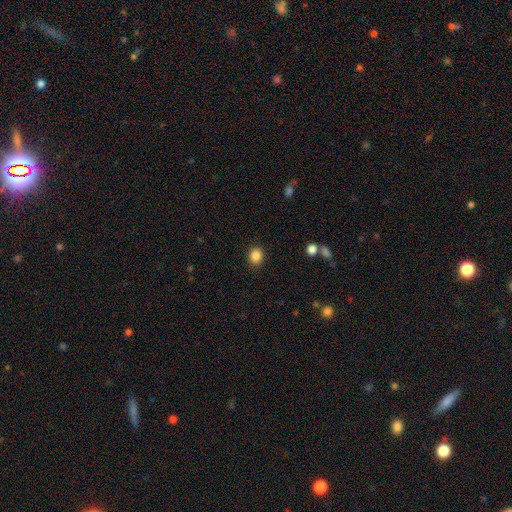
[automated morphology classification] A smooth galaxy with no disk features (86%) that is round (72%).

Vote fractions:
- Smooth or featured? smooth: 86% / star or artifact: 11% / featured or disk: 4%
- How rounded? round: 72% / in between: 28% / cigar-shaped: 1%
- Merging? none: 89% / minor disturbance: 7% / major disturbance: 2% / merger: 1%